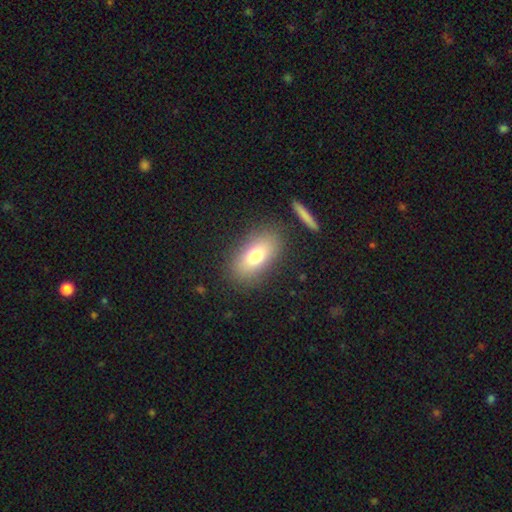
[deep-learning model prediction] Q: Smooth or featured?
A: smooth (74%); runner-up: featured or disk (16%)
Q: How rounded?
A: in between (86%); runner-up: round (8%)
Q: Merging?
A: none (82%); runner-up: minor disturbance (10%)